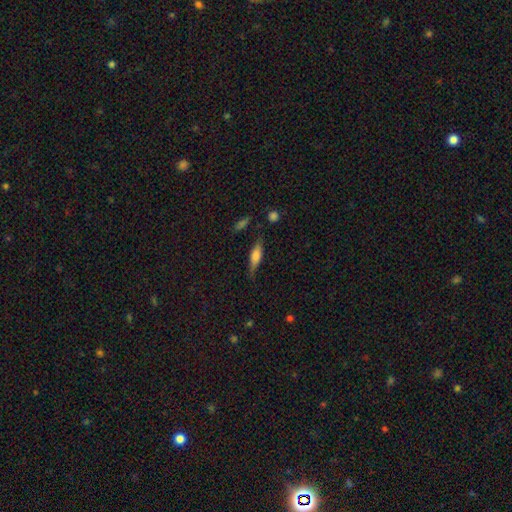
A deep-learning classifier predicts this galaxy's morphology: A smooth galaxy with no disk features (56%) that is cigar-shaped (52%).

Vote fractions:
- Smooth or featured? smooth: 56% / featured or disk: 36% / star or artifact: 8%
- How rounded? cigar-shaped: 52% / in between: 45% / round: 3%
- Merging? none: 73% / minor disturbance: 19% / major disturbance: 5% / merger: 3%